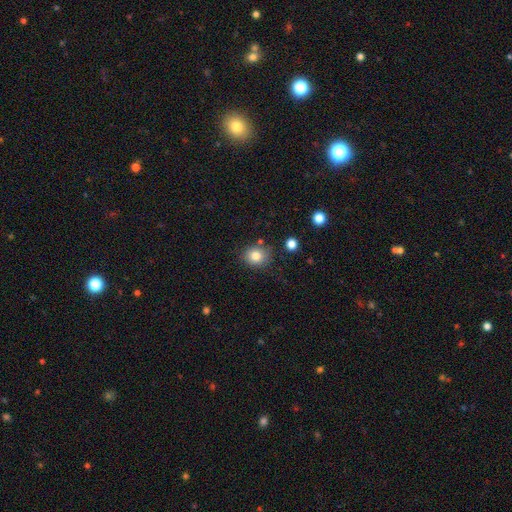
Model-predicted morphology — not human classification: A smooth galaxy with no disk features (82%) that is round (77%).

Vote fractions:
- Smooth or featured? smooth: 82% / star or artifact: 11% / featured or disk: 7%
- How rounded? round: 77% / in between: 22% / cigar-shaped: 1%
- Merging? none: 80% / minor disturbance: 12% / merger: 5% / major disturbance: 3%